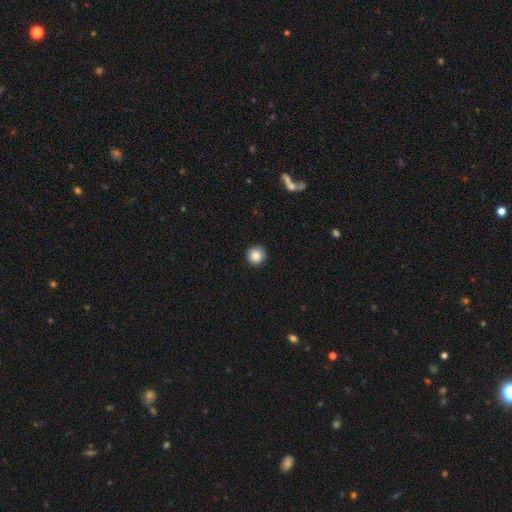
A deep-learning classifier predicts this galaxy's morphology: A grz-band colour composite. It shows a smooth galaxy with no disk features (86%) that is round (96%). Merging: none (93%).